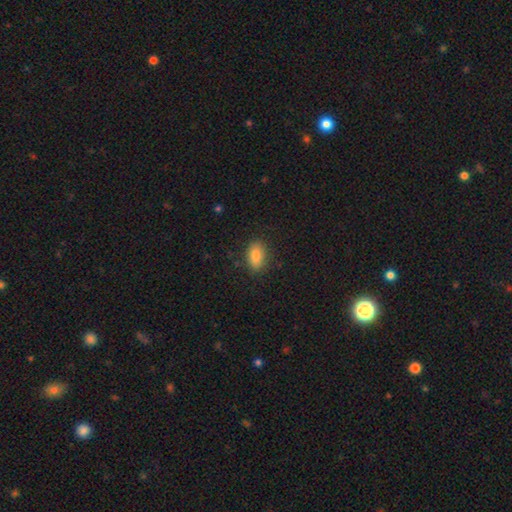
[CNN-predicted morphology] This appears to be a smooth galaxy with no disk features (84%) that is in between round and cigar-shaped (88%). Merging: none (85%).